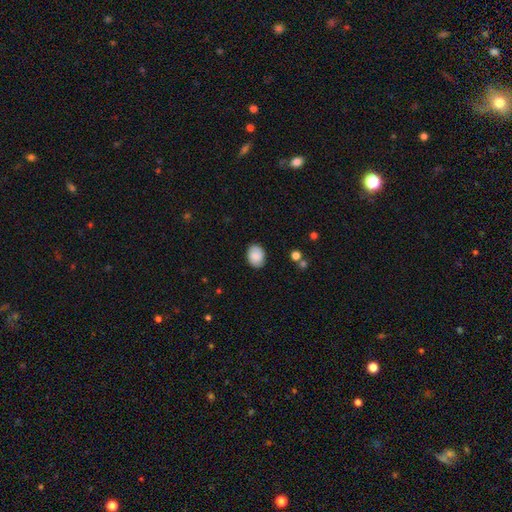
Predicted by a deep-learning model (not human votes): smooth 88%, star or artifact 7%, featured or disk 6%. Down the decision tree: how rounded — in between (67%); merging — none (85%).